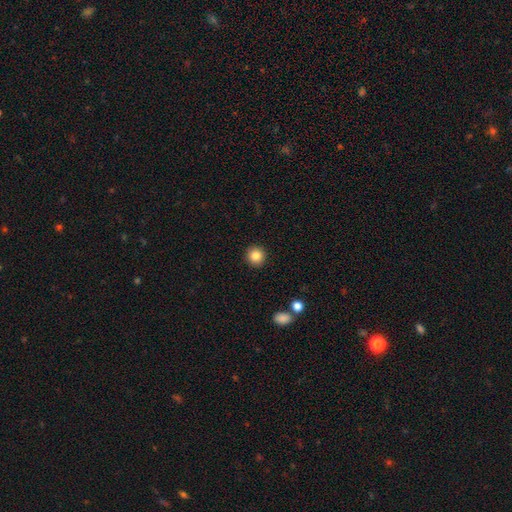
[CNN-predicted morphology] This is clearly a smooth galaxy (85%). How rounded: clearly round (94%). Merging: clearly none (93%).